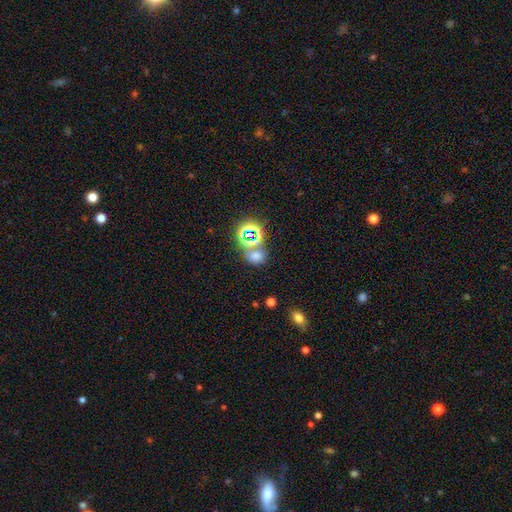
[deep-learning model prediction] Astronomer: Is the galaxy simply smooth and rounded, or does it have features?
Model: smooth — 57% (runner-up: star or artifact, 35%).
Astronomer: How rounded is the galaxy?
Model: round — 51% (runner-up: in between, 48%).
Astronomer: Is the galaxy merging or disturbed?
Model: none — 56%.